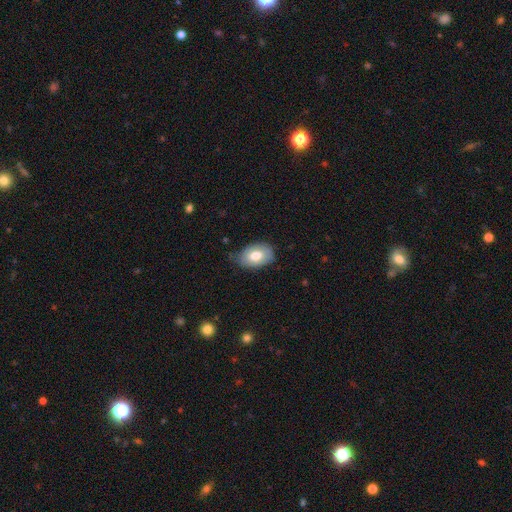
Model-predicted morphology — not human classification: smooth-or-featured: smooth: 73% | featured or disk: 21% | star or artifact: 7%
  how-rounded: in between: 89% | round: 10% | cigar-shaped: 1%
  merging: none: 68% | minor disturbance: 26% | major disturbance: 5% | merger: 1%